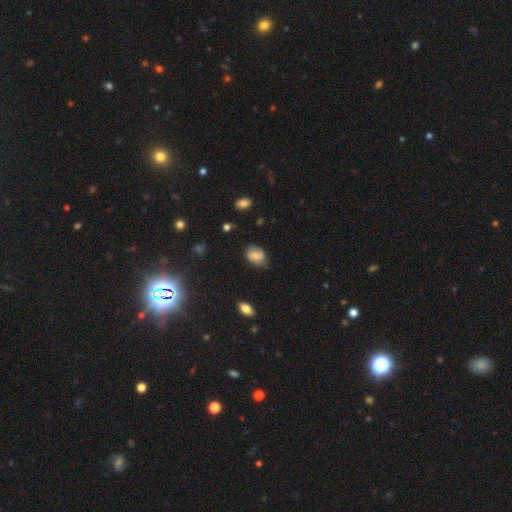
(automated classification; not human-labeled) Smooth or featured? Predicted: smooth (p=0.66). How rounded? Predicted: in between (p=0.75). Merging? Predicted: none (p=0.63).